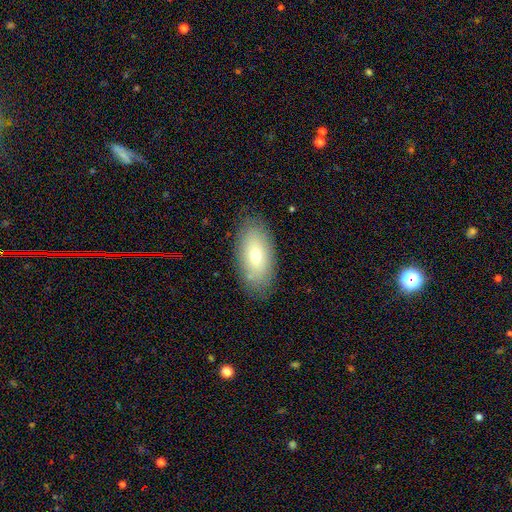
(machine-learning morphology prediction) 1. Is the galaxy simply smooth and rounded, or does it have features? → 67% smooth, 24% featured or disk, 9% star or artifact.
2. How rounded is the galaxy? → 90% in between, 6% cigar-shaped, 4% round.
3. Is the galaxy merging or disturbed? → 84% none, 11% minor disturbance, 3% major disturbance, 1% merger.